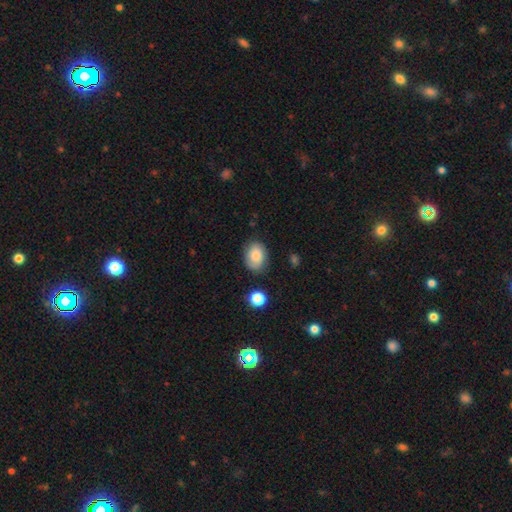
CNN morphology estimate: A smooth galaxy with no disk features (69%) that is in between round and cigar-shaped (63%). Merging: none (77%).